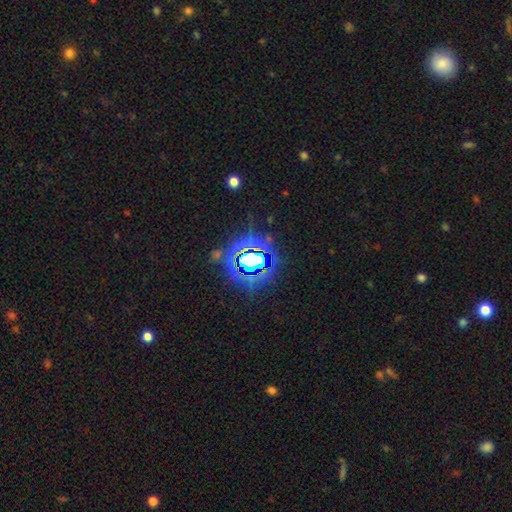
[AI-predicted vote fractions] Smooth or featured: star or artifact — 74% (smooth — 14%)